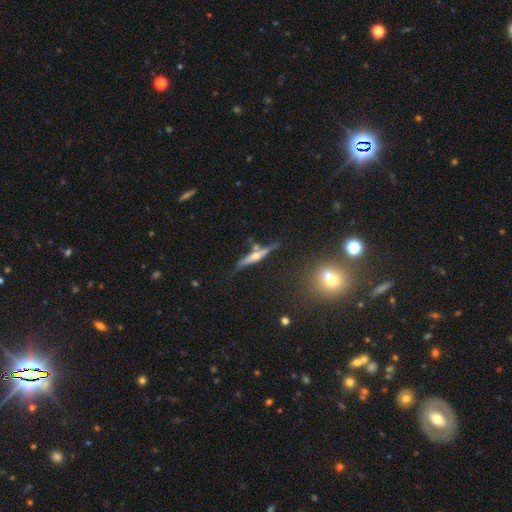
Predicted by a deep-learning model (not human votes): Overall: featured or disk (66%). Edge-on disk: yes (94%). Edge-on bulge: rounded (87%). Merging: none (68%).